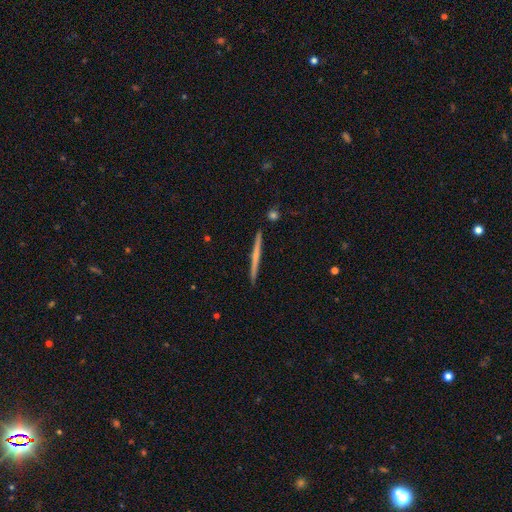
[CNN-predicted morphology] Q: Smooth or featured?
A: featured or disk (56%); runner-up: smooth (39%)
Q: Edge-on disk?
A: yes (98%); runner-up: no (2%)
Q: Edge-on bulge?
A: none (73%); runner-up: rounded (21%)
Q: Merging?
A: none (92%); runner-up: minor disturbance (6%)